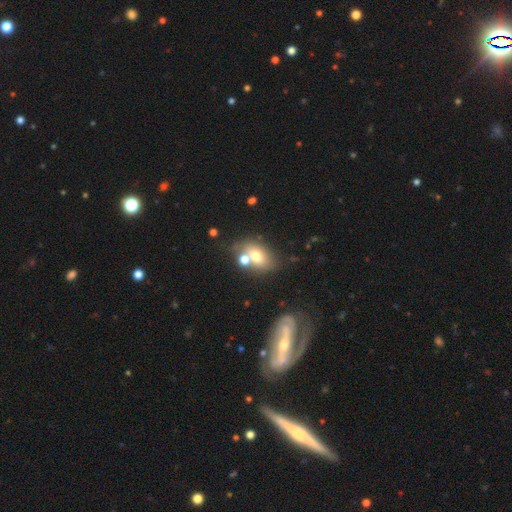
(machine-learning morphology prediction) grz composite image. It shows a smooth galaxy with no disk features (66%) that is in between round and cigar-shaped (73%). Merging: none (50%).